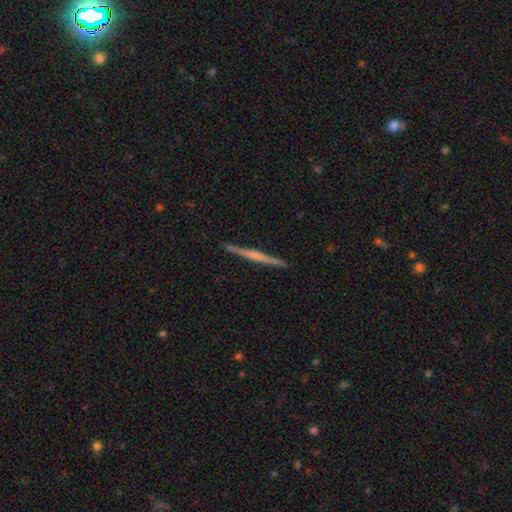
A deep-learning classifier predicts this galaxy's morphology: The model was most divided on "edge-on bulge": rounded: 45%, none: 40%, boxy: 15%. More confident: edge-on disk — yes (98%); merging — none (92%); smooth or featured — featured or disk (69%).